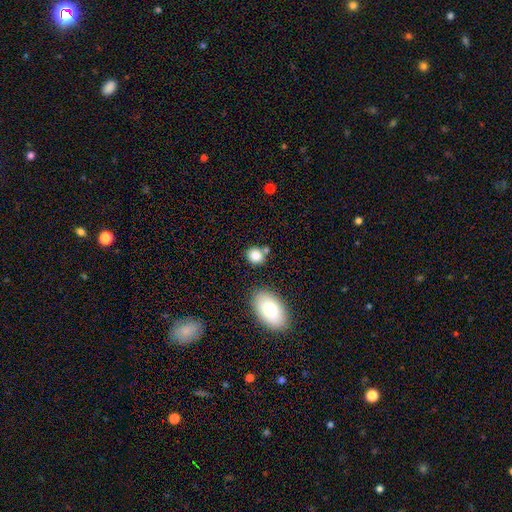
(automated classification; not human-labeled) smooth_or_featured: smooth (p=0.83) [alt: star or artifact p=0.10]
how_rounded: round (p=0.70) [alt: in between p=0.29]
merging: none (p=0.70) [alt: merger p=0.14]